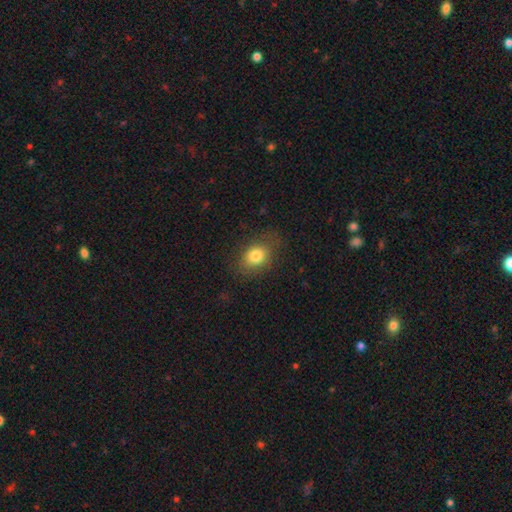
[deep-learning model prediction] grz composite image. It shows a smooth galaxy with no disk features (81%) that is in between round and cigar-shaped (60%). Merging: none (75%).